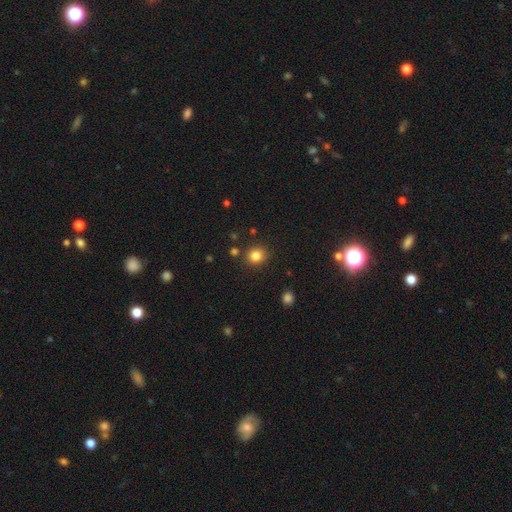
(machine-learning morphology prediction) This appears to be a smooth galaxy with no disk features (83%) that is round (78%). Merging: none (86%).